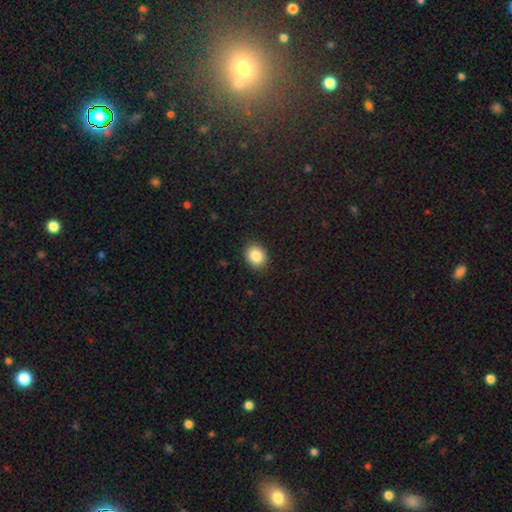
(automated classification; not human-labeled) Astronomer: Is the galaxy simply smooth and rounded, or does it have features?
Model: smooth — 86%.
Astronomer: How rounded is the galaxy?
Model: round — 53% (runner-up: in between, 46%).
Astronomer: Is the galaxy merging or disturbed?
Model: none — 90%.